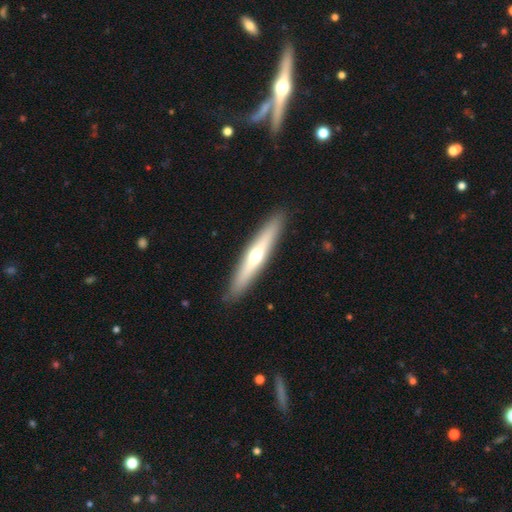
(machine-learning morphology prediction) A featured or disk galaxy (53%) viewed edge-on (92%).

Vote fractions:
- Smooth or featured? featured or disk: 53% / smooth: 42% / star or artifact: 5%
- Edge-on disk? yes: 92% / no: 8%
- Merging? none: 91% / minor disturbance: 6% / major disturbance: 2% / merger: 1%